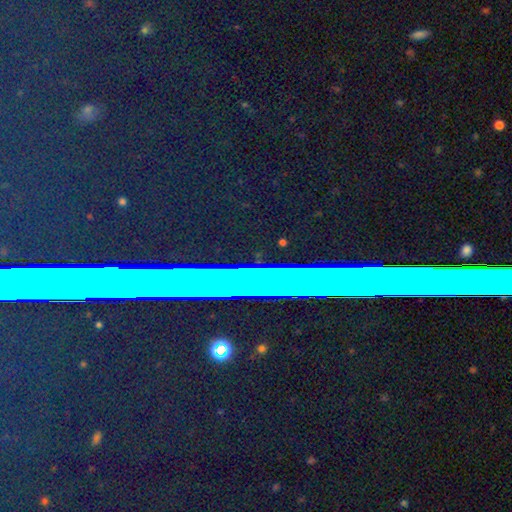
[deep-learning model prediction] Morphology: type=star or artifact (81%).